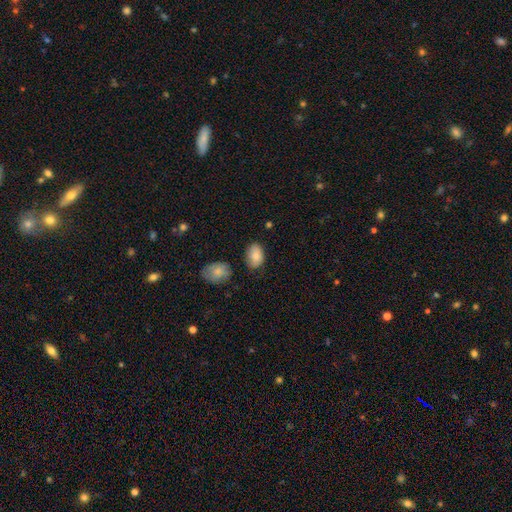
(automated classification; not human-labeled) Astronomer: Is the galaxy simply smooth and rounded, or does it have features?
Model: smooth — 82%.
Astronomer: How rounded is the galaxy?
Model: in between — 86%.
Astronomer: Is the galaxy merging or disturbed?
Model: none — 74%.